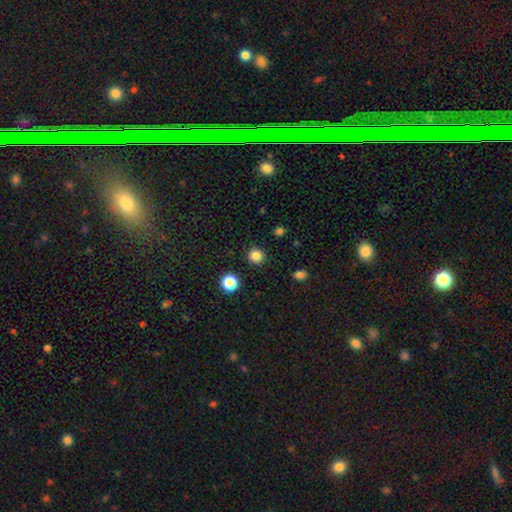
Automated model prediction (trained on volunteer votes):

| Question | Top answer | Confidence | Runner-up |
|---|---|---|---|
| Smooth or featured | smooth | 84% | star or artifact (13%) |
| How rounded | round | 93% | in between (6%) |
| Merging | none | 91% | minor disturbance (5%) |